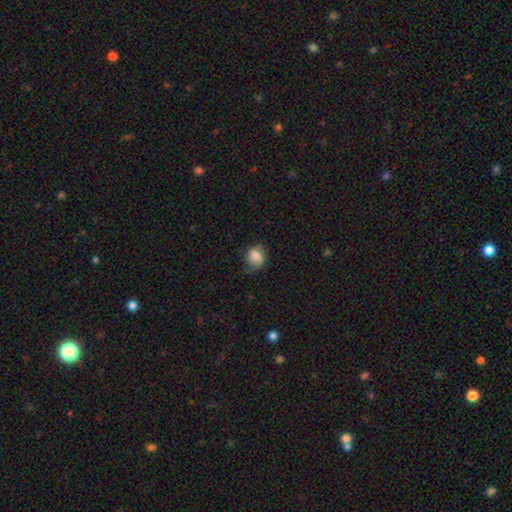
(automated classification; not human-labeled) A smooth galaxy with no disk features (73%) that is round (68%).

Vote fractions:
- Smooth or featured? smooth: 73% / featured or disk: 18% / star or artifact: 8%
- How rounded? round: 68% / in between: 31% / cigar-shaped: 1%
- Merging? none: 64% / minor disturbance: 27% / major disturbance: 9% / merger: 1%